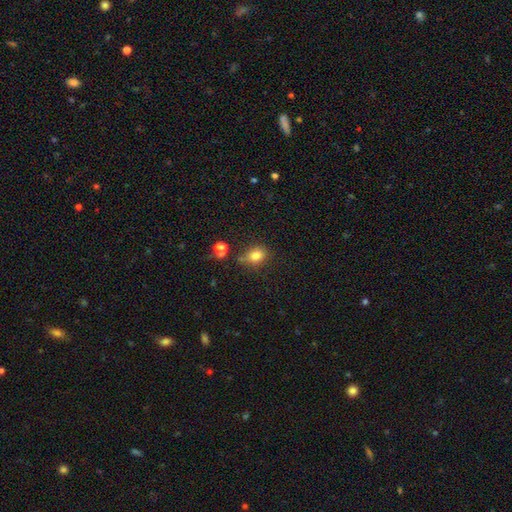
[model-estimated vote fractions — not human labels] Smooth or featured? Predicted: smooth (p=0.80). How rounded? Predicted: in between (p=0.52). Merging? Predicted: none (p=0.63).